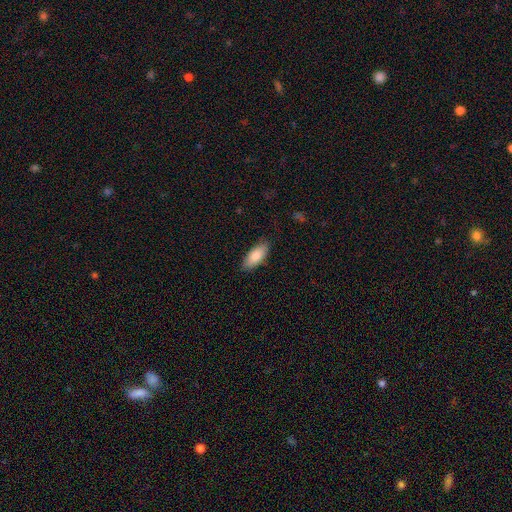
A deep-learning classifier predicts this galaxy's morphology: A smooth galaxy with no disk features (80%) that is in between round and cigar-shaped (82%). Merging: none (86%).